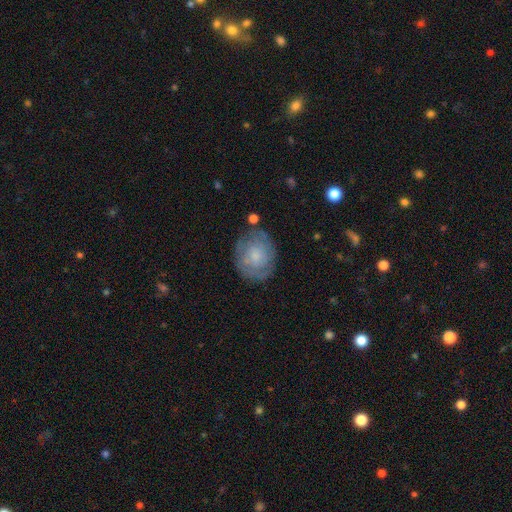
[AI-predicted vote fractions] Smooth or featured: featured or disk — 47% (smooth — 46%)
Merging: none — 71% (minor disturbance — 19%)